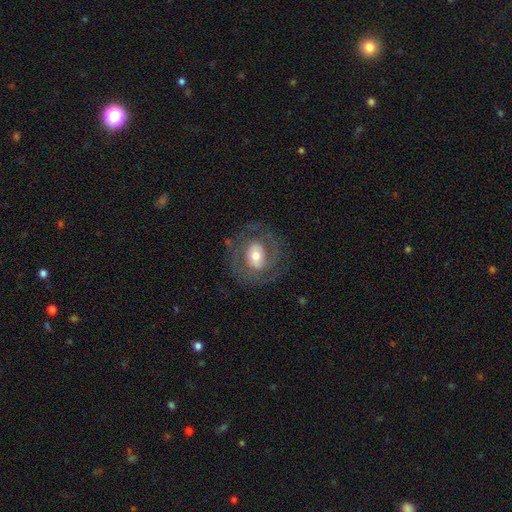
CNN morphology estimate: A featured or disk galaxy (63%) with no bar (50%), spiral arms (60%) and a moderate central bulge (62%). Merging: none (73%).